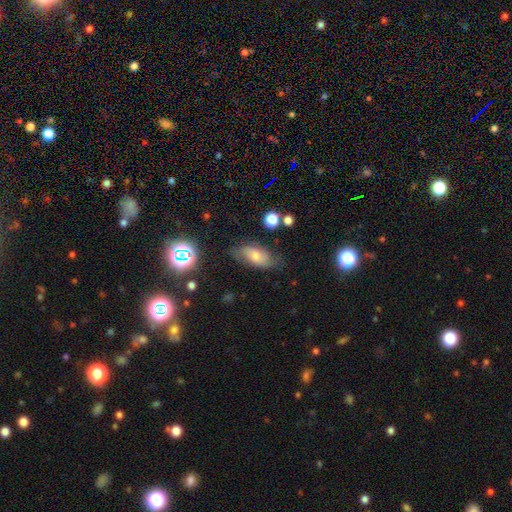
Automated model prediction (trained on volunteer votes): The model was most divided on "smooth or featured": smooth: 61%, featured or disk: 29%, star or artifact: 11%. More confident: how rounded — in between (86%); merging — none (67%).